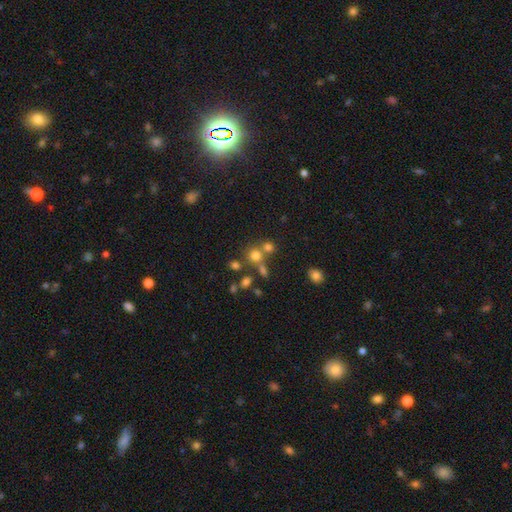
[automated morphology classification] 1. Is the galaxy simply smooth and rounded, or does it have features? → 68% smooth, 19% star or artifact, 12% featured or disk.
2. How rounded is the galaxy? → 87% round, 12% in between, 1% cigar-shaped.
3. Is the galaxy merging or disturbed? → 55% none, 33% merger, 8% minor disturbance, 4% major disturbance.